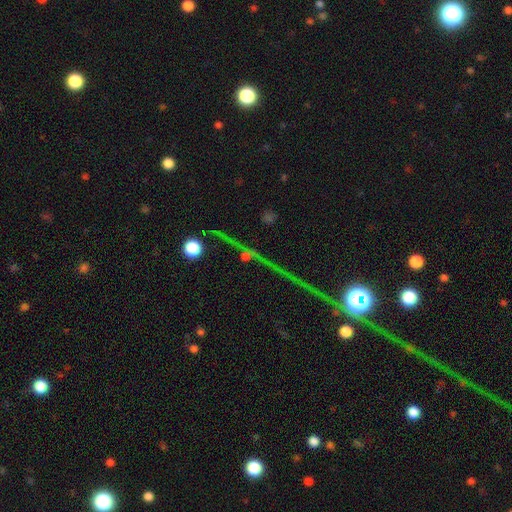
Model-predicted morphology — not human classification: type=star or artifact (63%).